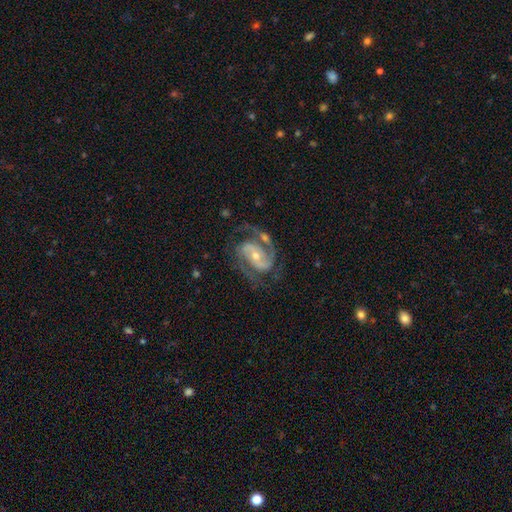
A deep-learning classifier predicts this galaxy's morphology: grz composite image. It shows a featured or disk galaxy (90%) with a weak bar (38%), 2 (86%) medium (54%) spiral arms (98%) and a small central bulge (54%). Merging: none (65%).